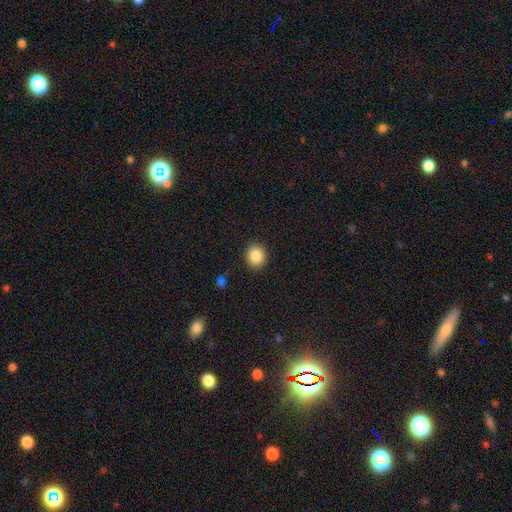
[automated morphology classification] The model was most divided on "how rounded": round: 79%, in between: 21%, cigar-shaped: 1%. More confident: merging — none (90%); smooth or featured — smooth (87%).